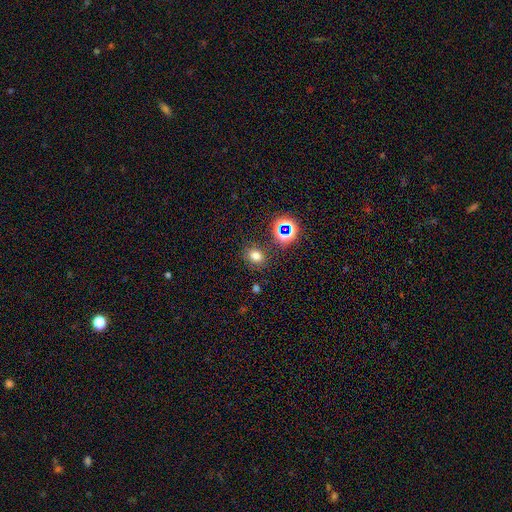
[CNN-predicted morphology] Smooth or featured: smooth — 71% (star or artifact — 22%)
How rounded: in between — 50% (round — 49%)
Merging: none — 80% (minor disturbance — 11%)